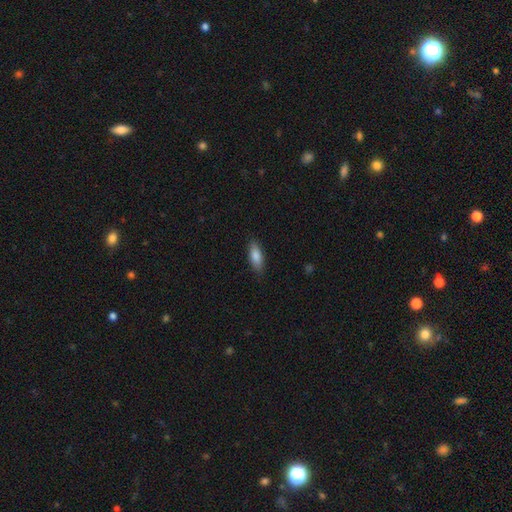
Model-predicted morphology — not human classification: Smooth or featured? smooth (83%)
How rounded? in between (69%)
Merging? none (85%)